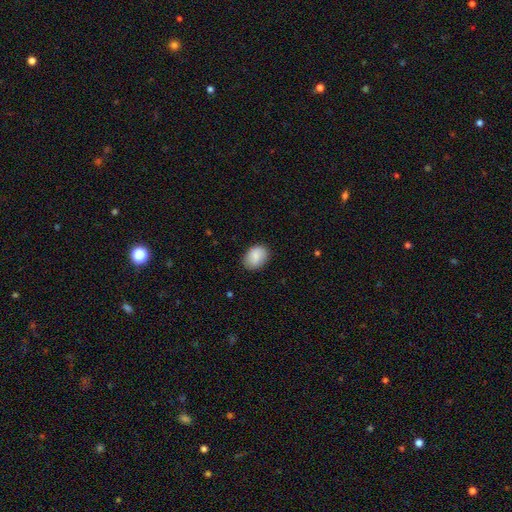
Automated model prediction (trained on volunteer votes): A smooth galaxy with no disk features (86%) that is in between round and cigar-shaped (70%).

Vote fractions:
- Smooth or featured? smooth: 86% / featured or disk: 7% / star or artifact: 7%
- How rounded? in between: 70% / round: 29% / cigar-shaped: 1%
- Merging? none: 85% / minor disturbance: 11% / major disturbance: 2% / merger: 1%